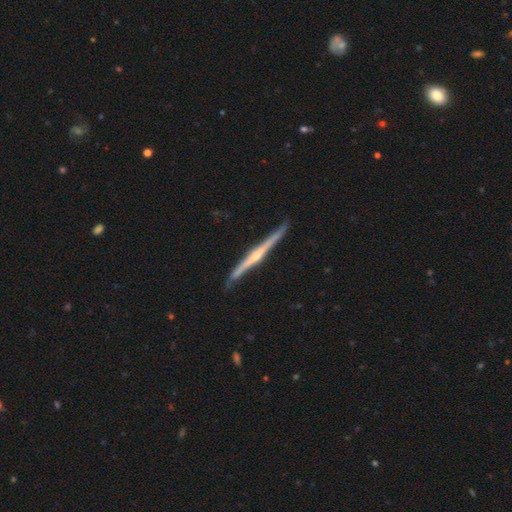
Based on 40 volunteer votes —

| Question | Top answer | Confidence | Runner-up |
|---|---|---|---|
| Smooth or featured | featured or disk | 85% | star or artifact (10%) |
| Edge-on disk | yes | 100% | — |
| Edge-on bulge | rounded | 76% | none (15%) |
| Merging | none | 61% | minor disturbance (33%) |